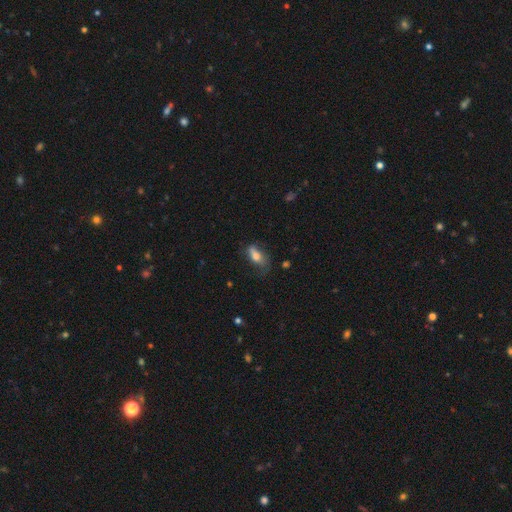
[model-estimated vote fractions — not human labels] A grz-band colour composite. It shows a smooth galaxy with no disk features (70%) that is in between round and cigar-shaped (79%). Merging: none (46%).